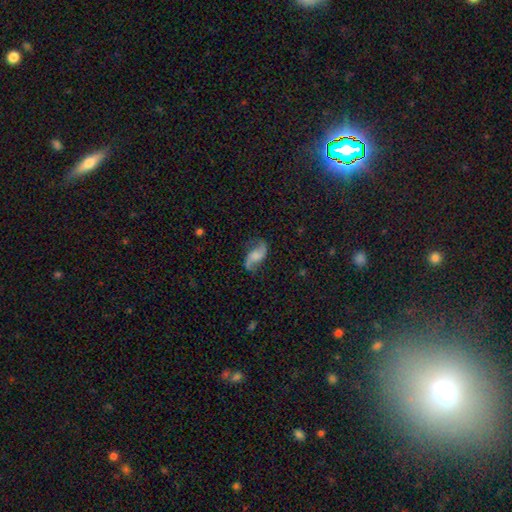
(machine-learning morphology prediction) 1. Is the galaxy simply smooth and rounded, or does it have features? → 79% featured or disk, 14% smooth, 7% star or artifact.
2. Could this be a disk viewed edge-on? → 96% no, 4% yes.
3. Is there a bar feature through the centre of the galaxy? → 56% no, 35% weak, 10% strong.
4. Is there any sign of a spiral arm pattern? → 96% yes, 4% no.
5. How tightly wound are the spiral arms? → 78% loose, 18% medium, 4% tight.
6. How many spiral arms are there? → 93% 2, 2% 1, 2% can't tell, 1% 3, 1% 4, 1% more than 4.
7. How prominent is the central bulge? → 34% none, 27% small, 25% moderate, 11% large, 3% dominant.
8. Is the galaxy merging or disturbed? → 76% none, 15% minor disturbance, 7% major disturbance, 2% merger.